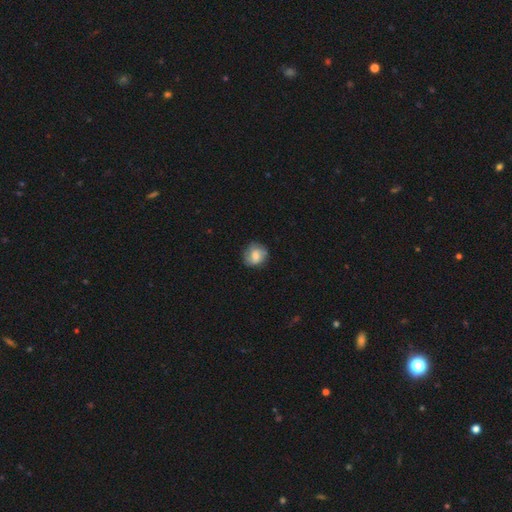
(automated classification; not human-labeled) Q: Smooth or featured?
A: smooth (61%); runner-up: featured or disk (31%)
Q: How rounded?
A: round (79%); runner-up: in between (20%)
Q: Merging?
A: none (77%); runner-up: minor disturbance (17%)